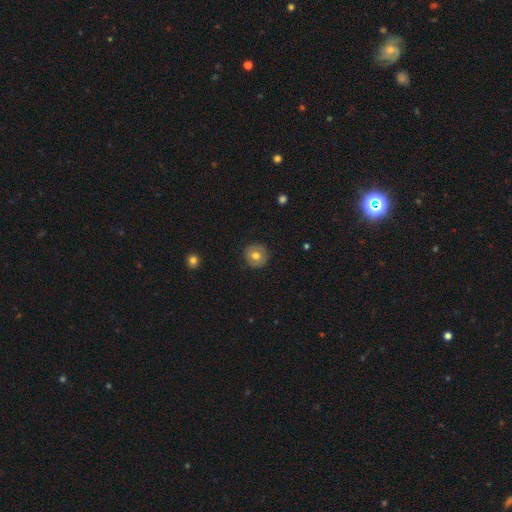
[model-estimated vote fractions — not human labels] smooth-or-featured: smooth: 70% | featured or disk: 22% | star or artifact: 8%
  how-rounded: round: 95% | in between: 5% | cigar-shaped: 1%
  merging: none: 90% | minor disturbance: 7% | major disturbance: 2% | merger: 1%